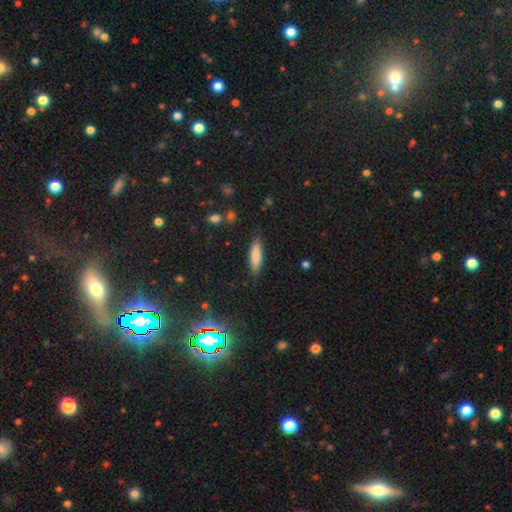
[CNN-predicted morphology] A smooth galaxy with no disk features (80%) that is cigar-shaped (67%).

Vote fractions:
- Smooth or featured? smooth: 80% / featured or disk: 13% / star or artifact: 7%
- How rounded? cigar-shaped: 67% / in between: 31% / round: 2%
- Merging? none: 85% / minor disturbance: 11% / major disturbance: 2% / merger: 1%